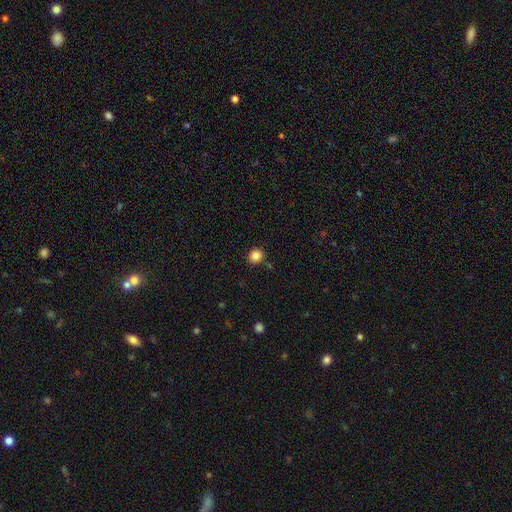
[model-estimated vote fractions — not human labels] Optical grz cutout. It shows a smooth galaxy with no disk features (84%) that is round (86%). Merging: none (85%).